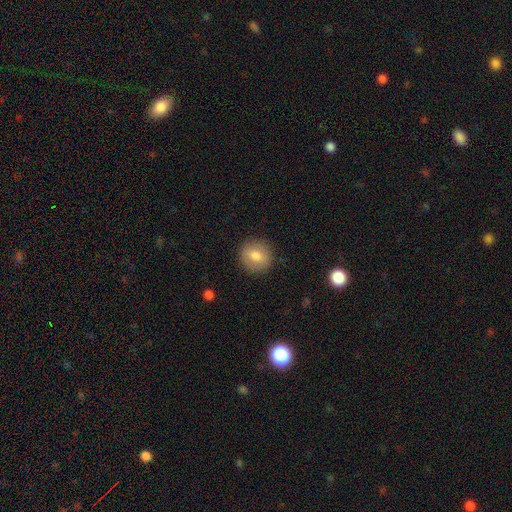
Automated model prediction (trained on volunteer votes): Smooth or featured: smooth — 77% (featured or disk — 14%)
How rounded: round — 90% (in between — 9%)
Merging: none — 89% (minor disturbance — 7%)